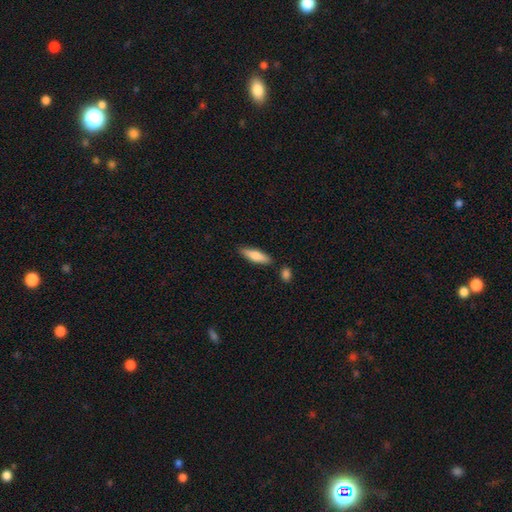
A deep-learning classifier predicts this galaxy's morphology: Smooth or featured: smooth — 76% (featured or disk — 18%)
How rounded: cigar-shaped — 58% (in between — 40%)
Merging: none — 82% (minor disturbance — 11%)